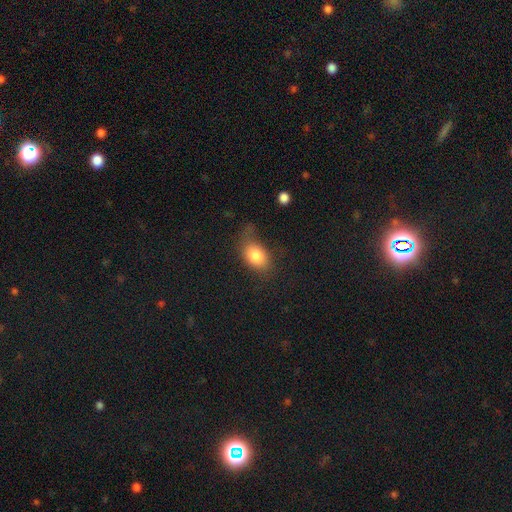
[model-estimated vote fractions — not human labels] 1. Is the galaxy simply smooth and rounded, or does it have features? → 81% smooth, 10% featured or disk, 8% star or artifact.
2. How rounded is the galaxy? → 78% in between, 21% round, 2% cigar-shaped.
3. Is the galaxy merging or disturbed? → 54% none, 27% minor disturbance, 16% major disturbance, 3% merger.